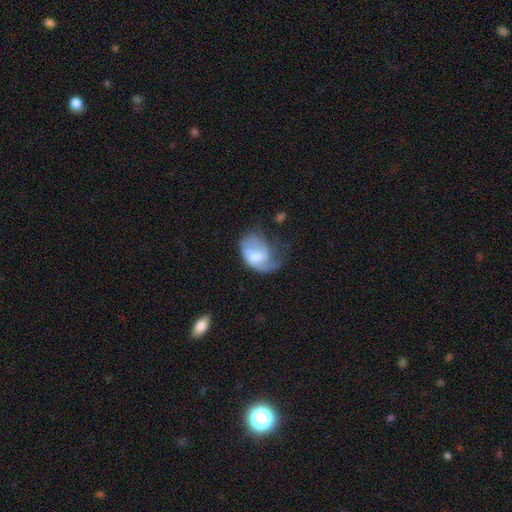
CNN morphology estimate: Overall: smooth (53%; featured or disk 40%). How rounded: in between (77%). Merging: major disturbance (48%; minor disturbance 27%).